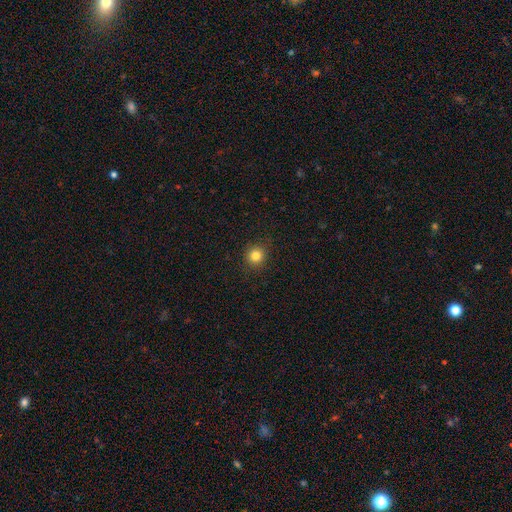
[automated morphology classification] Smooth or featured: smooth — 82% (star or artifact — 12%)
How rounded: round — 90% (in between — 9%)
Merging: none — 90% (minor disturbance — 7%)